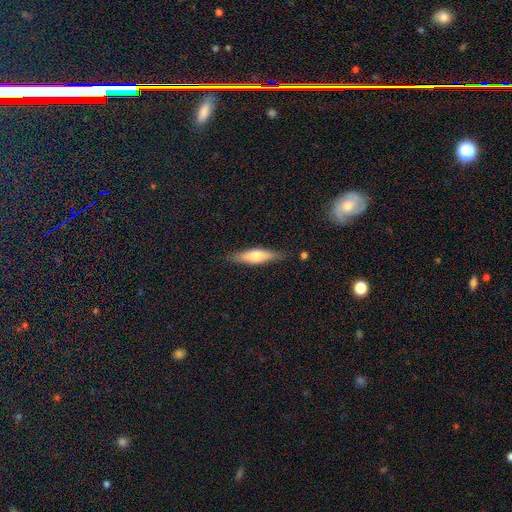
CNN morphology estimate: smooth 53%, featured or disk 40%, star or artifact 6%. Down the decision tree: how rounded — cigar-shaped (72%); merging — none (85%).